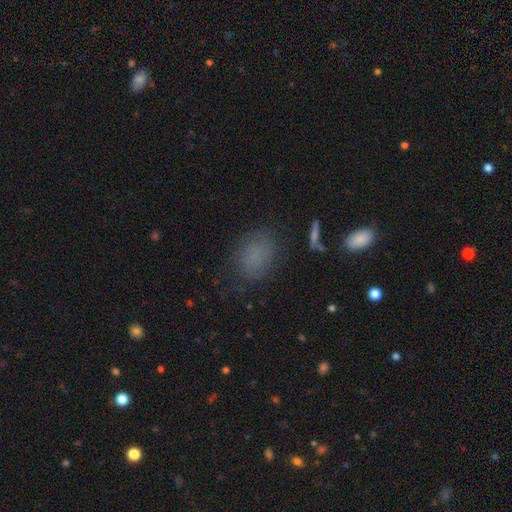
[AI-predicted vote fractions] This is likely a smooth galaxy (75%). How rounded: likely in between (68%). Merging: likely none (70%).